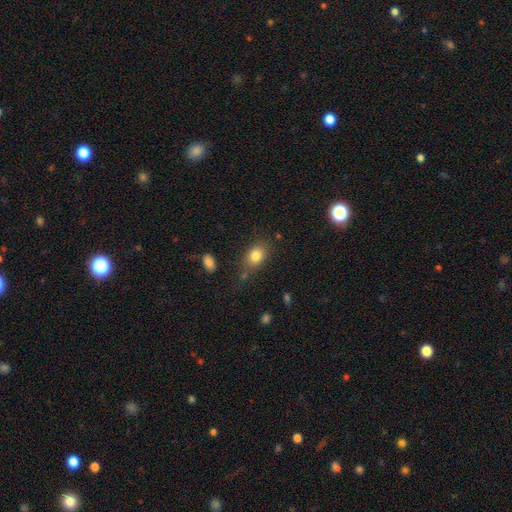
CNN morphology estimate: Smooth or featured: smooth — 81% (star or artifact — 10%)
How rounded: in between — 73% (round — 25%)
Merging: none — 71% (minor disturbance — 17%)